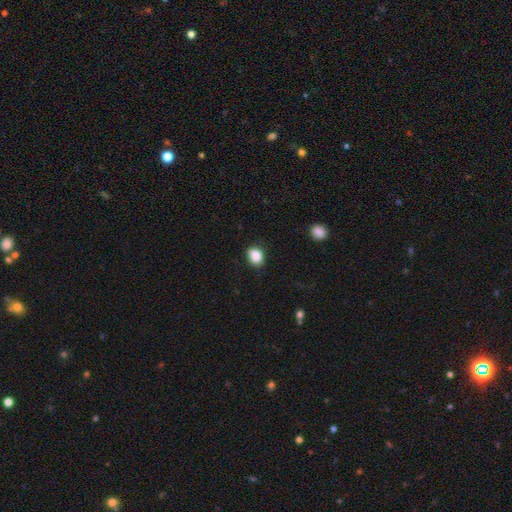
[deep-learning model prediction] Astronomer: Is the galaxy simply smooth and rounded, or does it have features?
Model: smooth — 88%.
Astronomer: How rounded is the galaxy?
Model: in between — 65%.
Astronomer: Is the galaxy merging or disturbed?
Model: none — 80%.